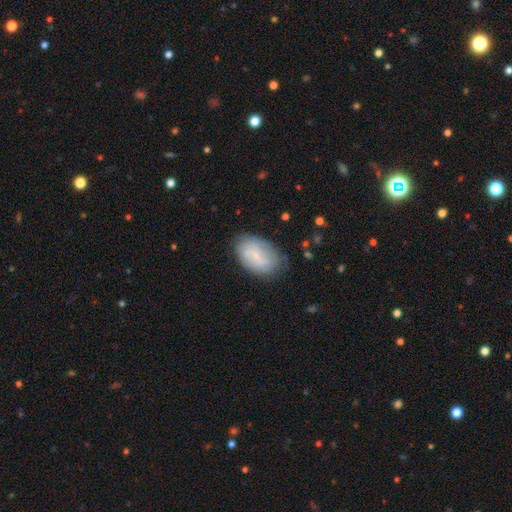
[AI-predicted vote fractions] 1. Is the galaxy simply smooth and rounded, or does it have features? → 50% smooth, 42% featured or disk, 8% star or artifact.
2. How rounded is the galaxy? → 90% in between, 9% round, 2% cigar-shaped.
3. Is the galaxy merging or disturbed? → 72% none, 20% minor disturbance, 6% major disturbance, 2% merger.